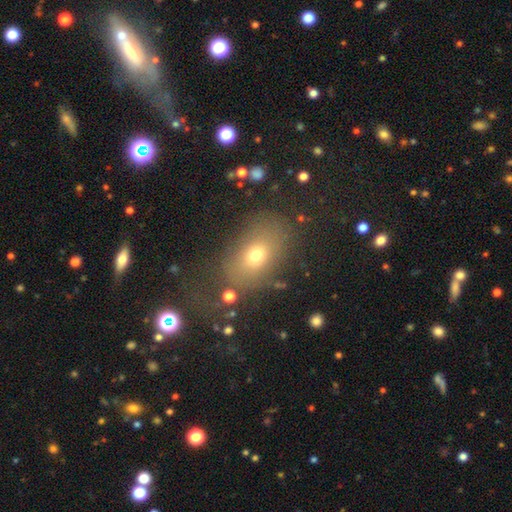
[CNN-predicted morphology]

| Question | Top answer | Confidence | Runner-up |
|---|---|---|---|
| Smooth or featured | smooth | 68% | featured or disk (16%) |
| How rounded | in between | 75% | round (23%) |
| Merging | none | 68% | minor disturbance (15%) |